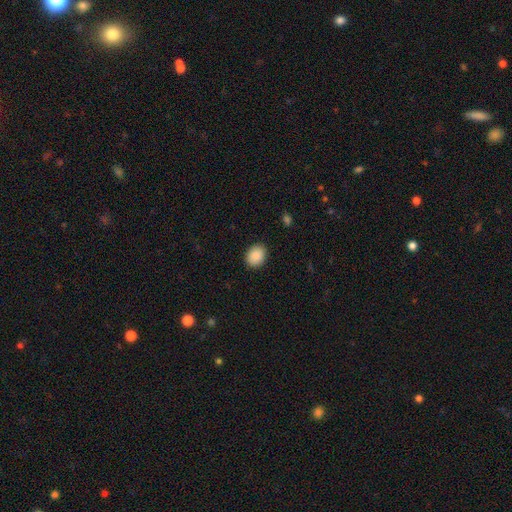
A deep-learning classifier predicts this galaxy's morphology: A smooth galaxy with no disk features (90%) that is round (50%).

Vote fractions:
- Smooth or featured? smooth: 90% / star or artifact: 7% / featured or disk: 3%
- How rounded? round: 50% / in between: 49% / cigar-shaped: 1%
- Merging? none: 89% / minor disturbance: 8% / major disturbance: 2% / merger: 1%